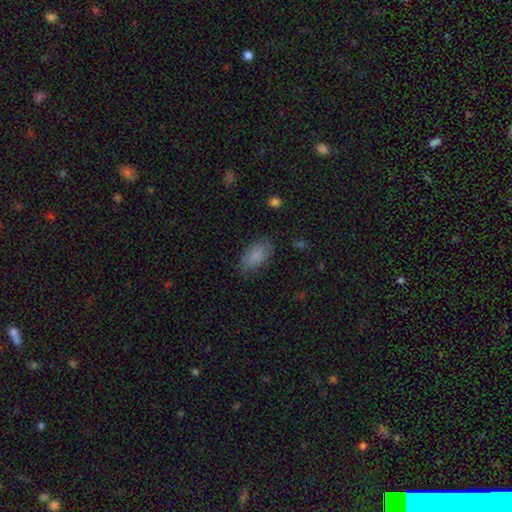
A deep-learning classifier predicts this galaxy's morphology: Overall: smooth (87%). How rounded: in between (92%). Merging: none (80%).